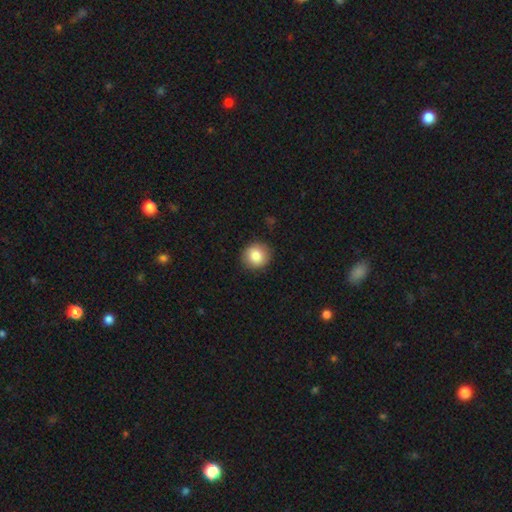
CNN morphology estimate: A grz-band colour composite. It shows a smooth galaxy with no disk features (84%) that is round (91%). Merging: none (90%).